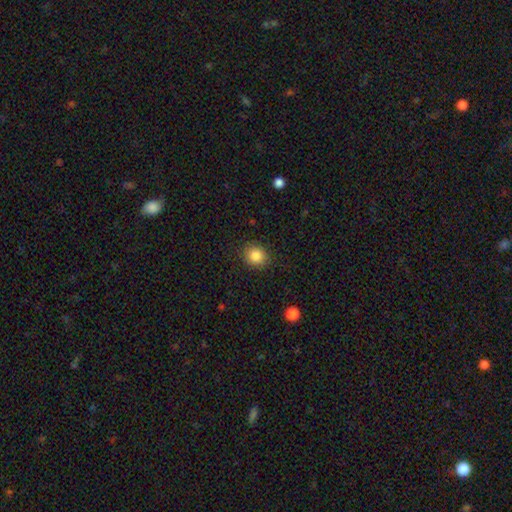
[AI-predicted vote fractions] Smooth or featured: smooth — 85% (star or artifact — 10%)
How rounded: round — 81% (in between — 18%)
Merging: none — 89% (minor disturbance — 8%)